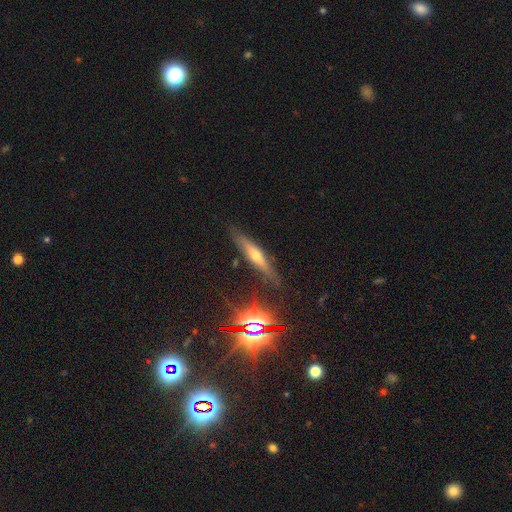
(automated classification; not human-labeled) featured or disk 51%, smooth 34%, star or artifact 16%. Down the decision tree: edge-on disk — yes (89%); merging — none (82%).